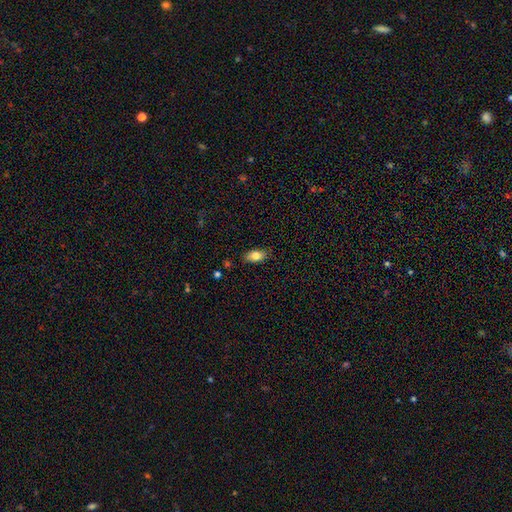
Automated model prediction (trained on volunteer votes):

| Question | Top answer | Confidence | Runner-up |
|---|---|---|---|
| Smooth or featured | smooth | 78% | featured or disk (14%) |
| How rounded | in between | 89% | cigar-shaped (6%) |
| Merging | none | 83% | minor disturbance (13%) |